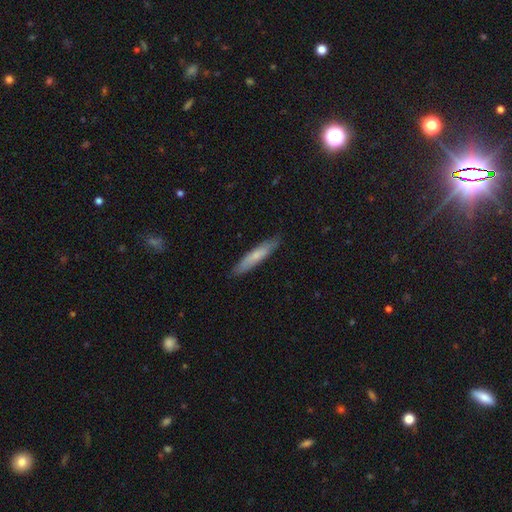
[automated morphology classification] Smooth or featured? smooth (68%)
How rounded? cigar-shaped (90%)
Merging? none (88%)